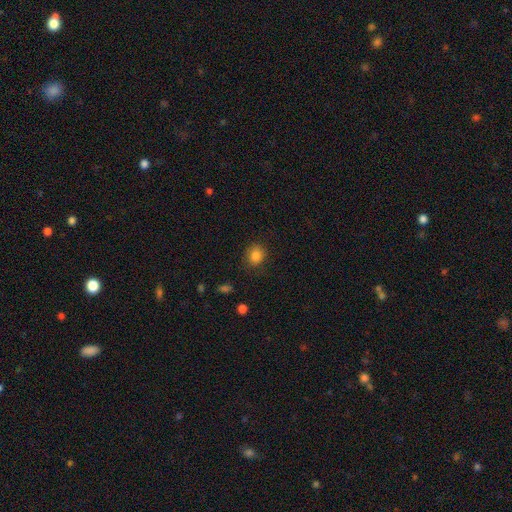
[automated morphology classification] A smooth galaxy with no disk features (84%) that is round (73%). Merging: none (85%).